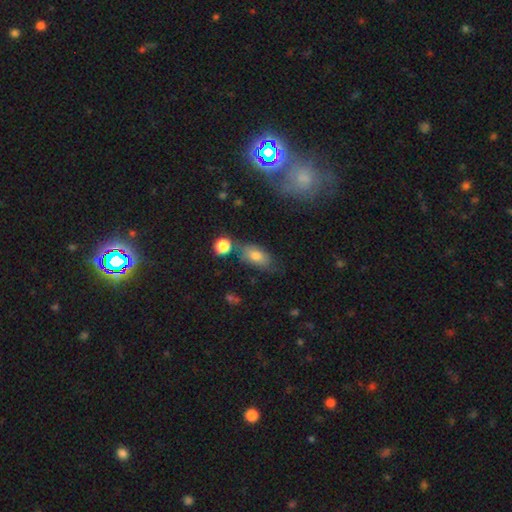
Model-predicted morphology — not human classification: The model was most divided on "merging": none: 64%, minor disturbance: 21%, merger: 8%, major disturbance: 7%. More confident: how rounded — in between (87%); smooth or featured — smooth (73%).